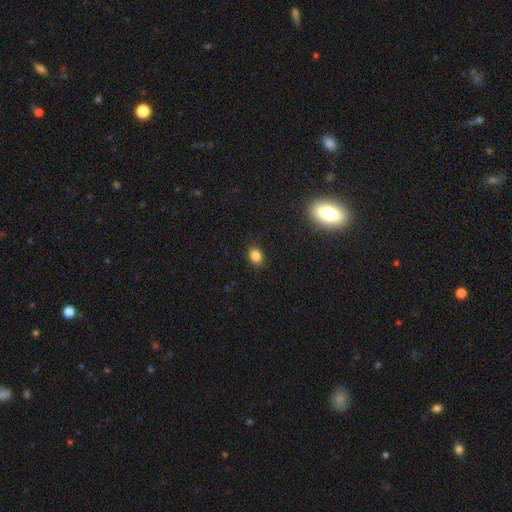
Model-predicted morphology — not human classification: This is clearly a smooth galaxy (83%). How rounded: likely in between (61%). Merging: clearly none (87%).